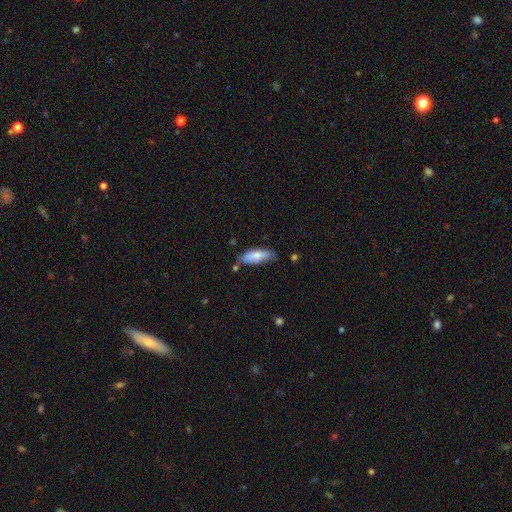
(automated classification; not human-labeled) Smooth or featured? Predicted: smooth (p=0.76). How rounded? Predicted: in between (p=0.65). Merging? Predicted: none (p=0.58).